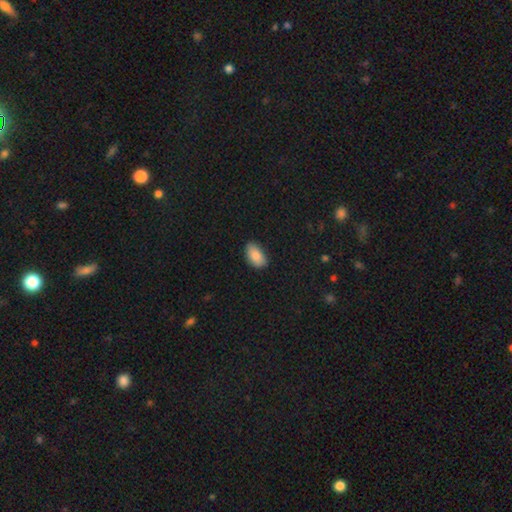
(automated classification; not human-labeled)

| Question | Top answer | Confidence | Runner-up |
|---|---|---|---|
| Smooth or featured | smooth | 87% | star or artifact (7%) |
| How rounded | in between | 93% | round (5%) |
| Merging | none | 82% | minor disturbance (14%) |